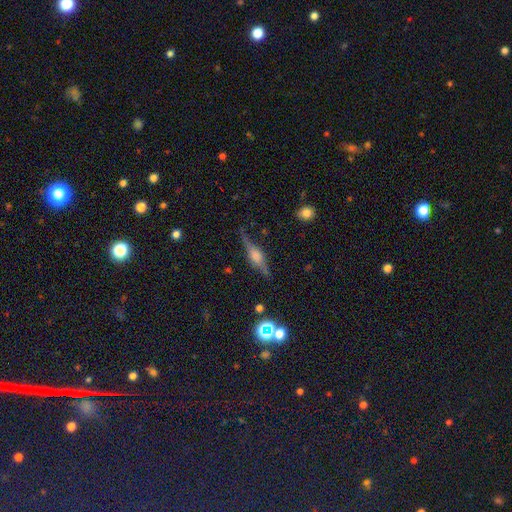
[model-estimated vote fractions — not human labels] The model was most divided on "edge-on bulge": rounded: 77%, boxy: 20%, none: 3%. More confident: edge-on disk — yes (96%); merging — none (81%); smooth or featured — featured or disk (76%).